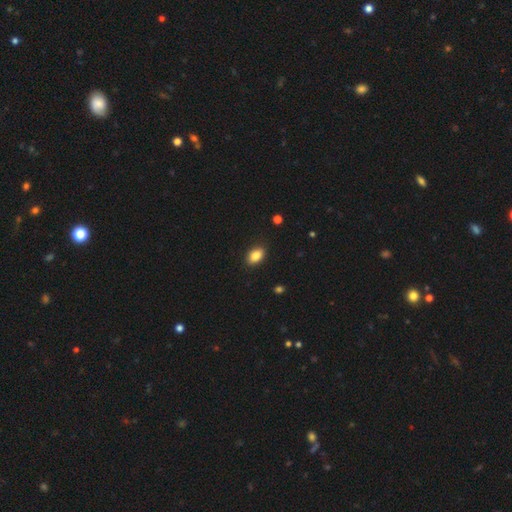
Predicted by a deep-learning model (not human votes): smooth-or-featured: smooth: 86% | star or artifact: 8% | featured or disk: 6%
  how-rounded: in between: 87% | round: 12% | cigar-shaped: 2%
  merging: none: 89% | minor disturbance: 8% | major disturbance: 2% | merger: 1%